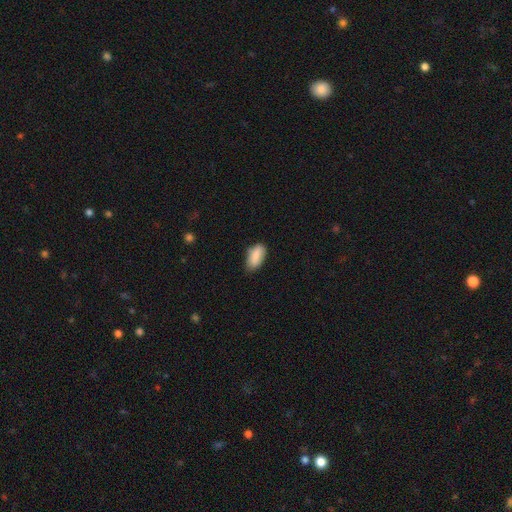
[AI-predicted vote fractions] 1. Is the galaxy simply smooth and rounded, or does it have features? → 87% smooth, 7% star or artifact, 6% featured or disk.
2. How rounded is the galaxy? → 90% in between, 7% cigar-shaped, 3% round.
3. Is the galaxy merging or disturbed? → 72% none, 24% minor disturbance, 3% major disturbance, 1% merger.